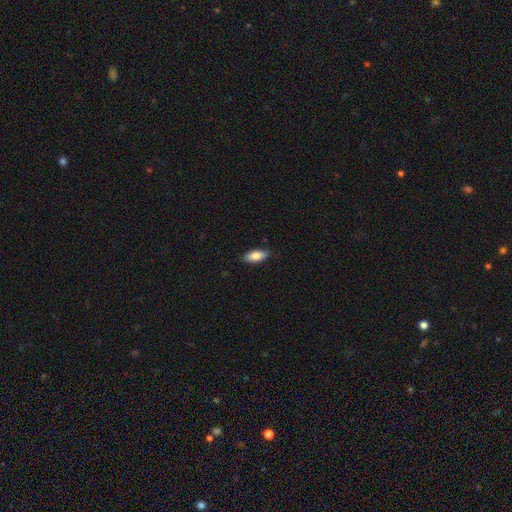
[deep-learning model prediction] Smooth or featured: smooth — 84% (featured or disk — 10%)
How rounded: in between — 82% (cigar-shaped — 16%)
Merging: none — 87% (minor disturbance — 10%)